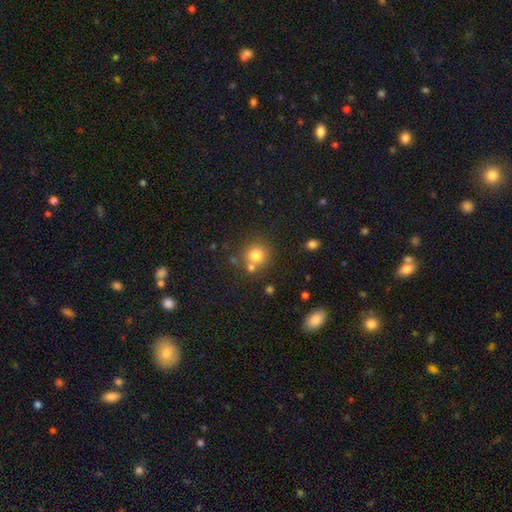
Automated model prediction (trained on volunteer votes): This appears to be a smooth galaxy with no disk features (78%) that is round (91%). Merging: none (66%).